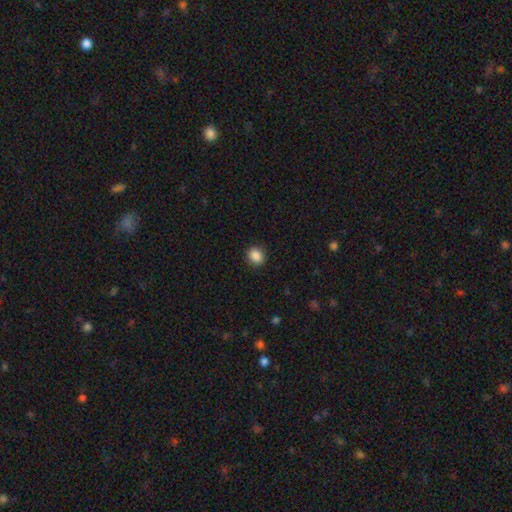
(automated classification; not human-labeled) A smooth galaxy with no disk features (88%) that is round (70%).

Vote fractions:
- Smooth or featured? smooth: 88% / star or artifact: 9% / featured or disk: 3%
- How rounded? round: 70% / in between: 29% / cigar-shaped: 1%
- Merging? none: 89% / minor disturbance: 7% / major disturbance: 2% / merger: 1%